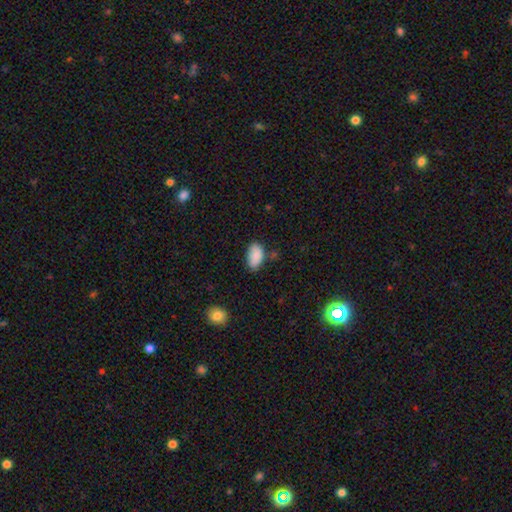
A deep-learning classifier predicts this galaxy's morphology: smooth-or-featured: smooth: 88% | star or artifact: 7% | featured or disk: 5%
  how-rounded: in between: 94% | round: 5% | cigar-shaped: 2%
  merging: none: 68% | minor disturbance: 23% | major disturbance: 5% | merger: 4%